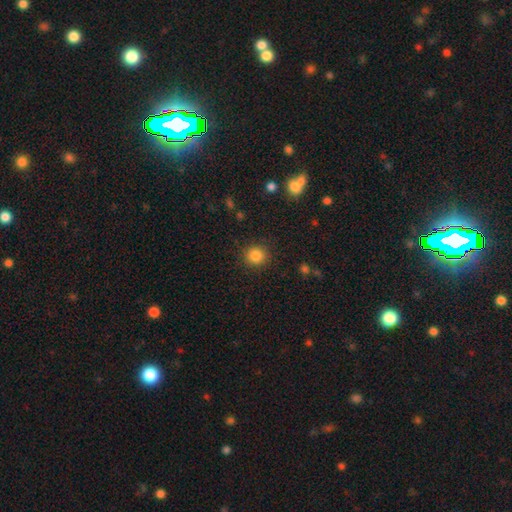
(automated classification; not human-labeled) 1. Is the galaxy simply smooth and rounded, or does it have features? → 84% smooth, 11% star or artifact, 5% featured or disk.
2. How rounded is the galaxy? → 90% round, 9% in between, 1% cigar-shaped.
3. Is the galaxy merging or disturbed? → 90% none, 7% minor disturbance, 2% major disturbance, 1% merger.